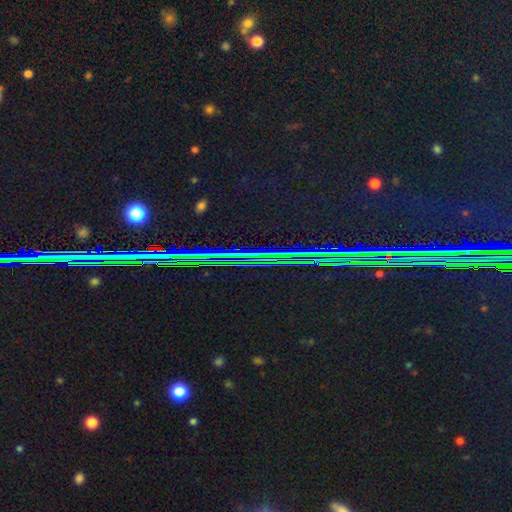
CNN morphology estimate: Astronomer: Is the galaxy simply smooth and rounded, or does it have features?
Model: star or artifact — 83%.